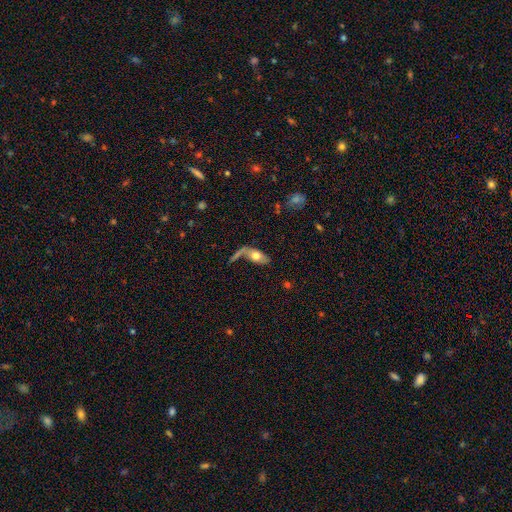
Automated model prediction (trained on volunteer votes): This appears to be a smooth galaxy with no disk features (56%) that is in between round and cigar-shaped (80%). Merging: none (37%).